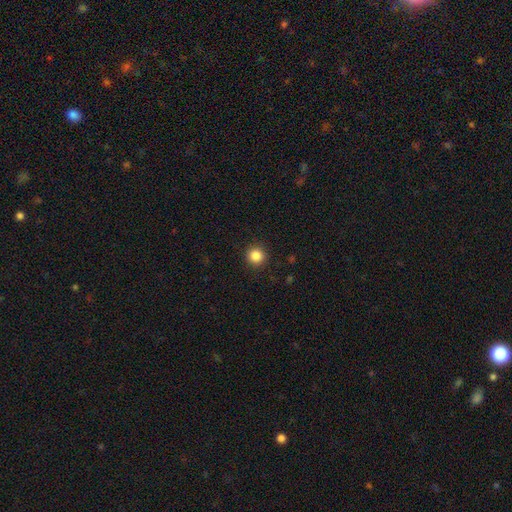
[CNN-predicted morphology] A smooth galaxy with no disk features (85%) that is round (94%). Merging: none (92%).